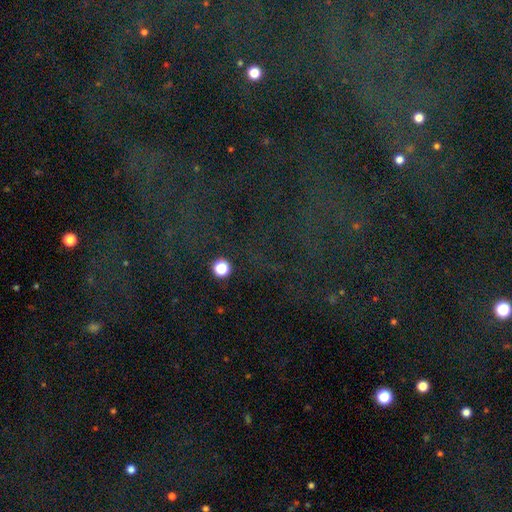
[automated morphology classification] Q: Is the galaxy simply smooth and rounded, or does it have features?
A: star or artifact — 74%.